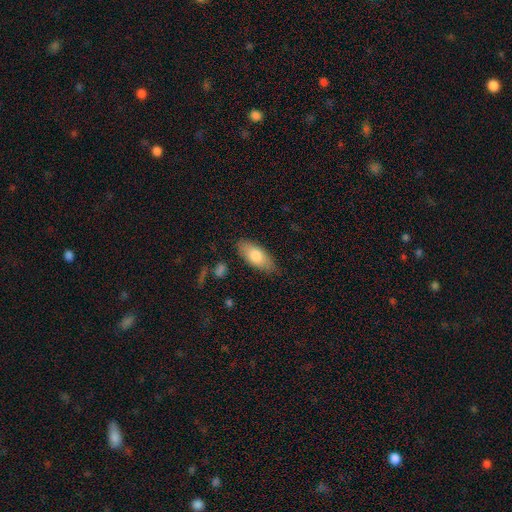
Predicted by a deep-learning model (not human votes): smooth_or_featured: smooth (p=0.77) [alt: featured or disk p=0.17]
how_rounded: in between (p=0.84) [alt: cigar-shaped p=0.13]
merging: none (p=0.82) [alt: minor disturbance p=0.14]